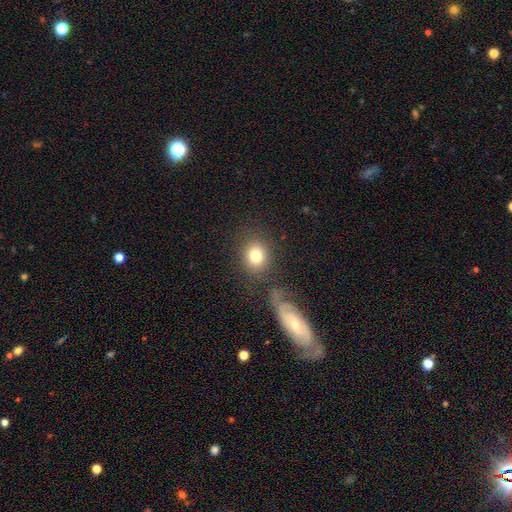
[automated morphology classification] Smooth or featured?
  - smooth: 80% *
  - featured or disk: 10%
  - star or artifact: 10%
How rounded?
  - round: 64% *
  - in between: 35%
  - cigar-shaped: 1%
Merging?
  - none: 76% *
  - minor disturbance: 11%
  - merger: 7%
  - major disturbance: 6%